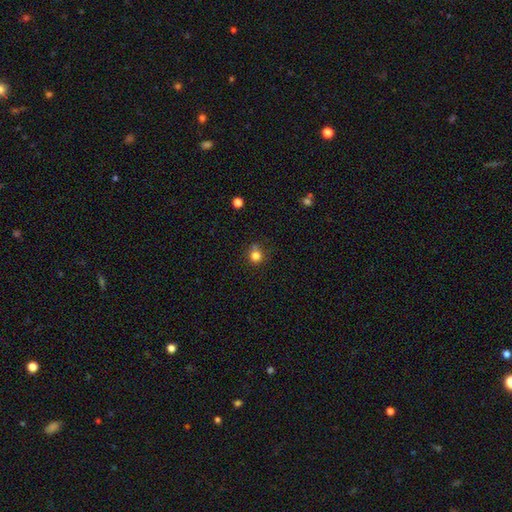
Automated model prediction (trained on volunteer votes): Q: Smooth or featured?
A: smooth (80%); runner-up: star or artifact (13%)
Q: How rounded?
A: round (87%); runner-up: in between (12%)
Q: Merging?
A: none (69%); runner-up: minor disturbance (19%)